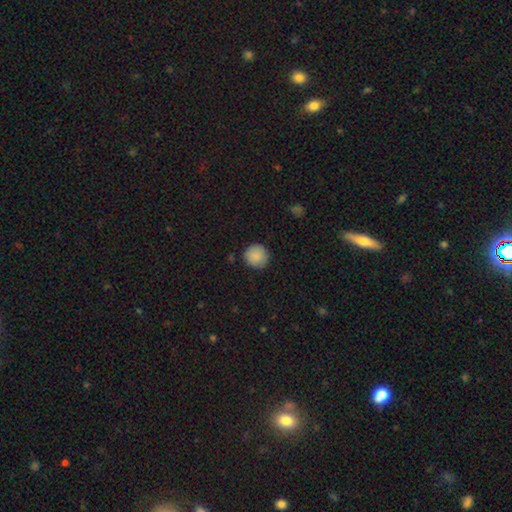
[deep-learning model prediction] The model was most divided on "merging": none: 87%, minor disturbance: 9%, major disturbance: 2%, merger: 1%. More confident: how rounded — round (94%); smooth or featured — smooth (88%).